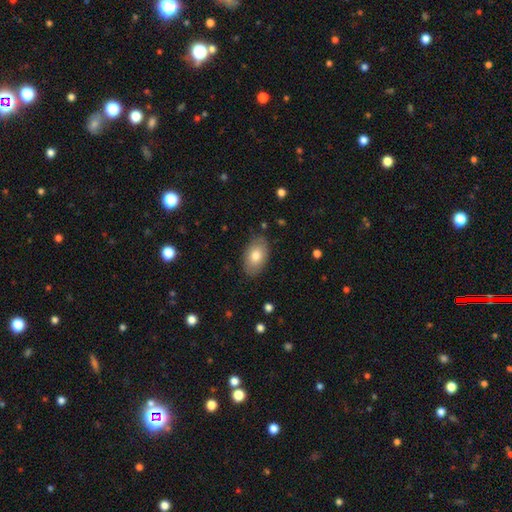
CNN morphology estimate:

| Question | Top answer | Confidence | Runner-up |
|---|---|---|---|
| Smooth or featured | smooth | 77% | featured or disk (17%) |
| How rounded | in between | 92% | round (6%) |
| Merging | none | 83% | minor disturbance (13%) |